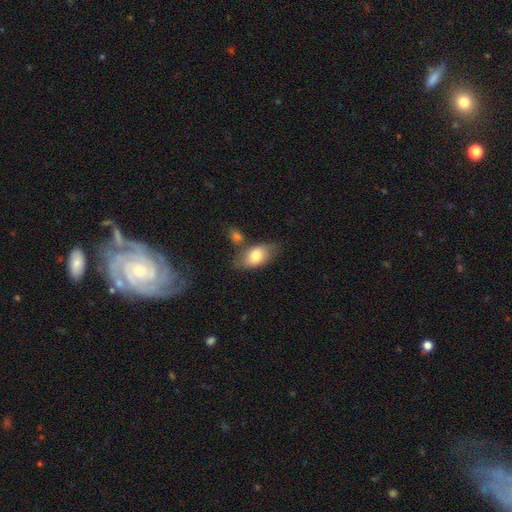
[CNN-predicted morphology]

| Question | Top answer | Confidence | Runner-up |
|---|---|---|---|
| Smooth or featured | smooth | 77% | featured or disk (17%) |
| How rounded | in between | 91% | round (6%) |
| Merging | none | 62% | minor disturbance (17%) |